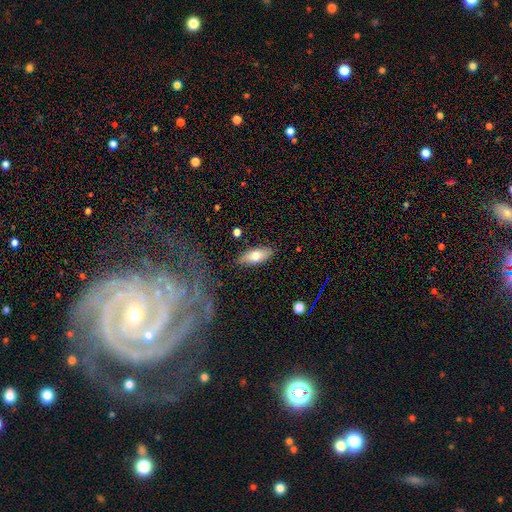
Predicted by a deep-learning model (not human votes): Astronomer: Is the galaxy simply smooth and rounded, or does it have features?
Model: smooth — 69%.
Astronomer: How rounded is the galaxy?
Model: in between — 79%.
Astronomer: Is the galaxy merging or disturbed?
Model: none — 85%.